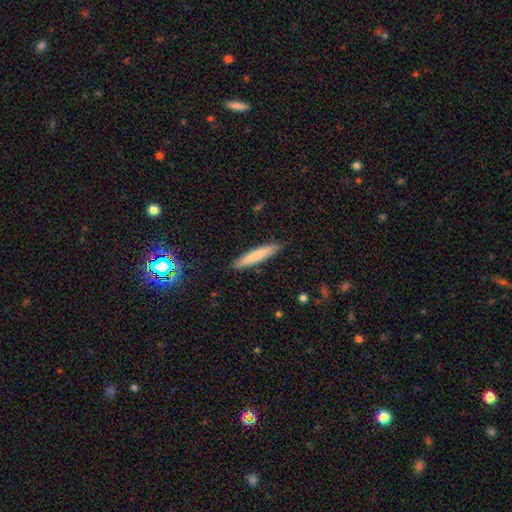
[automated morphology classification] The model was most divided on "smooth or featured": smooth: 78%, featured or disk: 15%, star or artifact: 7%. More confident: how rounded — cigar-shaped (91%); merging — none (89%).